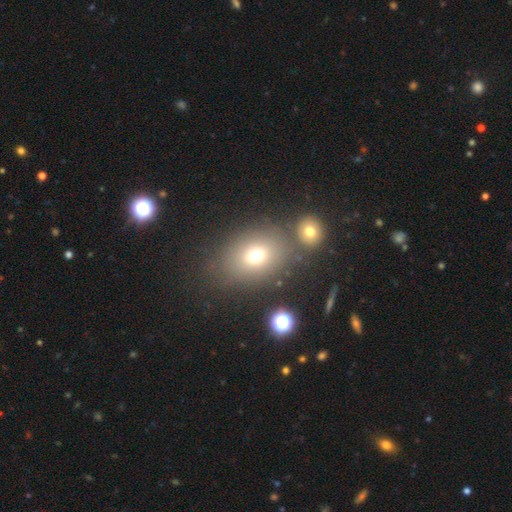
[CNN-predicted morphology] This is likely a smooth galaxy (70%). How rounded: possibly in between (56%). Merging: likely none (68%).